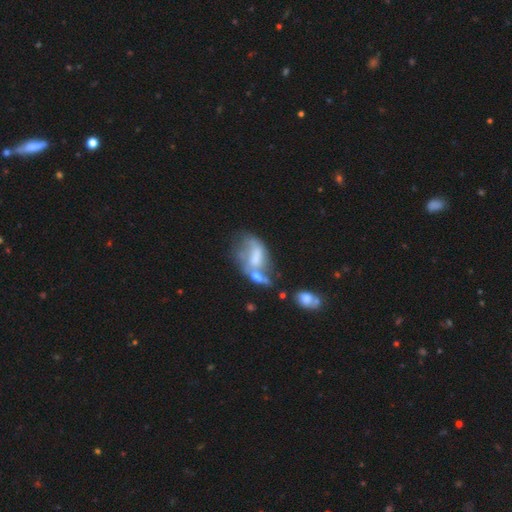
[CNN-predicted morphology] This is possibly a featured or disk galaxy (55%). It is clearly not viewed edge-on (95%). Bar: likely no (63%). Spiral arm pattern: likely no (68%). Central bulge: marginally none (37%). Merging: marginally merger (41%).